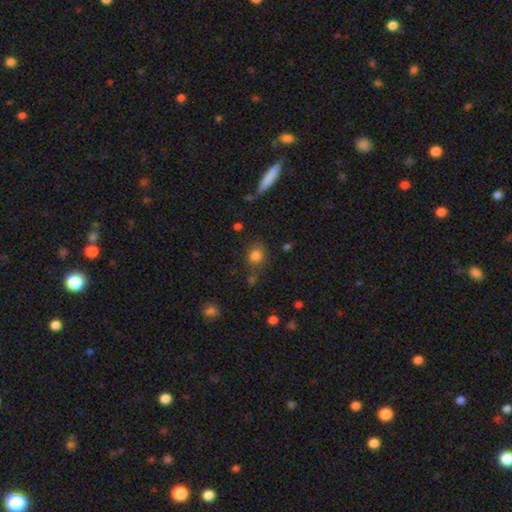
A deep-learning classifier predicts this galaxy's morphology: Smooth or featured: smooth — 80% (star or artifact — 13%)
How rounded: round — 76% (in between — 22%)
Merging: none — 72% (minor disturbance — 16%)